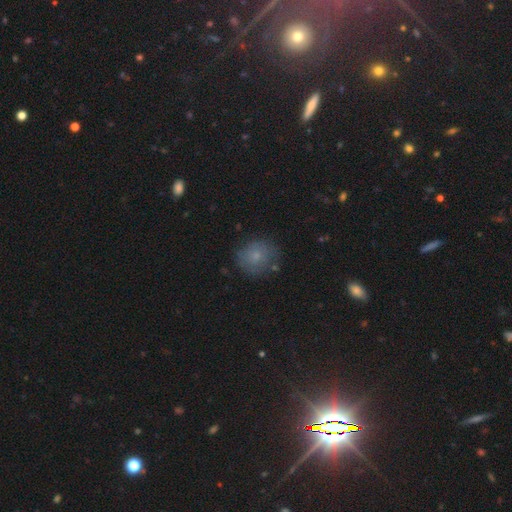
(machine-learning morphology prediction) smooth 69%, featured or disk 19%, star or artifact 12%. Down the decision tree: how rounded — round (78%); merging — none (72%).